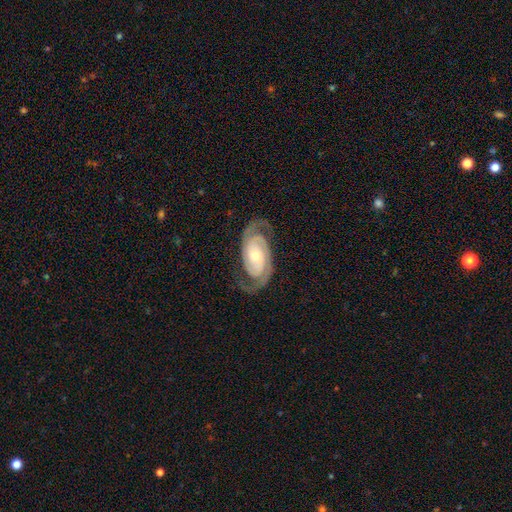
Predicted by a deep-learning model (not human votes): Smooth or featured: featured or disk — 92% (smooth — 4%)
Edge-on disk: no — 97% (yes — 3%)
Bar: no — 61% (weak — 27%)
Spiral arms: yes — 98% (no — 2%)
Spiral winding: tight — 56% (medium — 37%)
Spiral arm count: 2 — 92% (can't tell — 2%)
Bulge size: moderate — 53% (small — 39%)
Merging: none — 80% (minor disturbance — 13%)